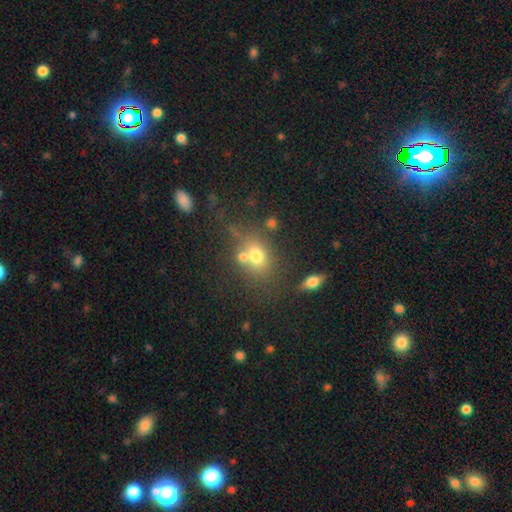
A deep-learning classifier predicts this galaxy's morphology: Smooth or featured: smooth — 69% (featured or disk — 16%)
How rounded: in between — 53% (round — 45%)
Merging: none — 51% (merger — 29%)